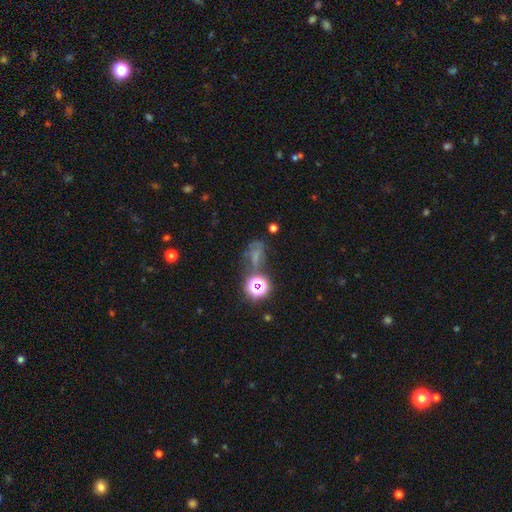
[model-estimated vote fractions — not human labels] Morphology: type=smooth (40%); merging=none (39%).